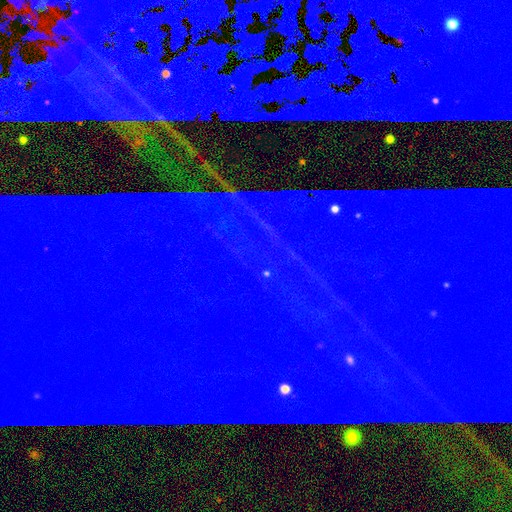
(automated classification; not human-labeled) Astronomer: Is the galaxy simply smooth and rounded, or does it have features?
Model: star or artifact — 87%.